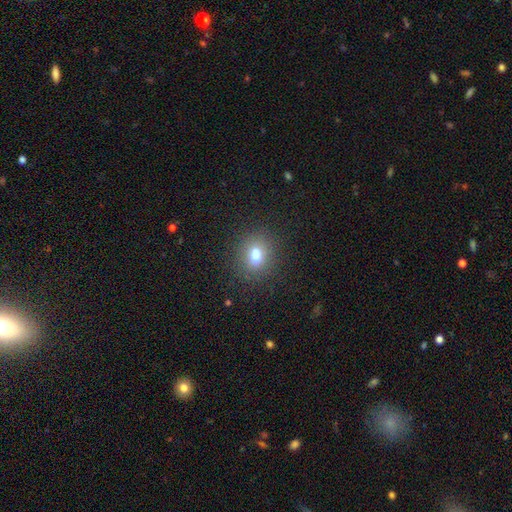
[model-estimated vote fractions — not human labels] A smooth galaxy with no disk features (76%) that is in between round and cigar-shaped (54%).

Vote fractions:
- Smooth or featured? smooth: 76% / star or artifact: 13% / featured or disk: 11%
- How rounded? in between: 54% / round: 43% / cigar-shaped: 2%
- Merging? none: 81% / minor disturbance: 11% / merger: 4% / major disturbance: 4%